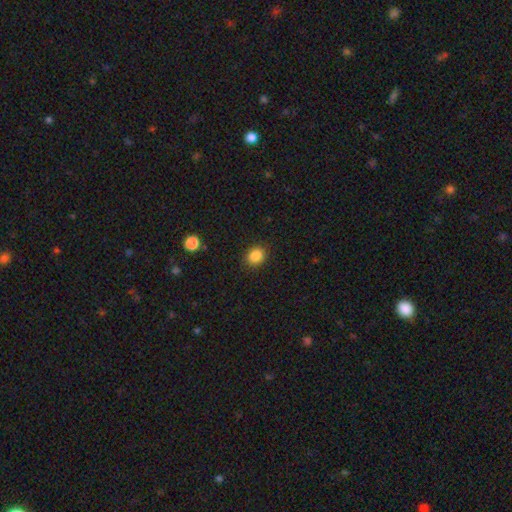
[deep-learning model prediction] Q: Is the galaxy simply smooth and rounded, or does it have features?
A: smooth — 86%.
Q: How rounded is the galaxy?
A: round — 65%.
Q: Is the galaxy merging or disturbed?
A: none — 89%.